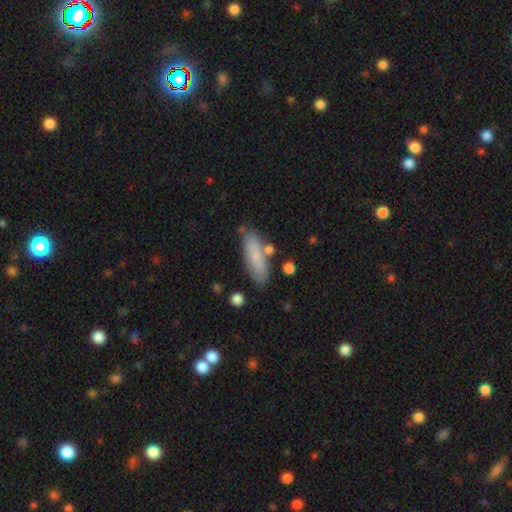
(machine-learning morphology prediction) Smooth or featured: smooth — 77% (featured or disk — 17%)
How rounded: in between — 50% (cigar-shaped — 47%)
Merging: none — 72% (minor disturbance — 17%)